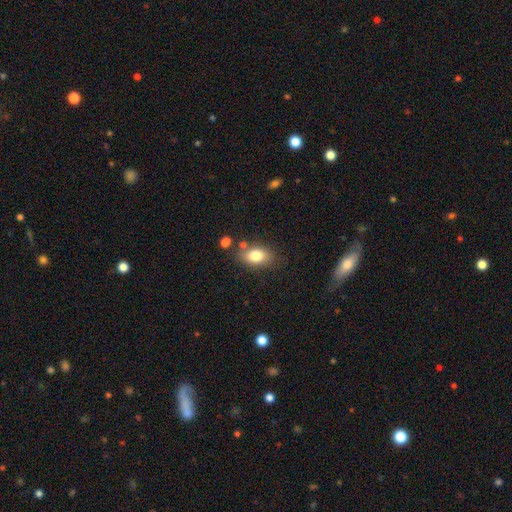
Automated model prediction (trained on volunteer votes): This is clearly a smooth galaxy (80%). How rounded: clearly in between (85%). Merging: likely none (73%).